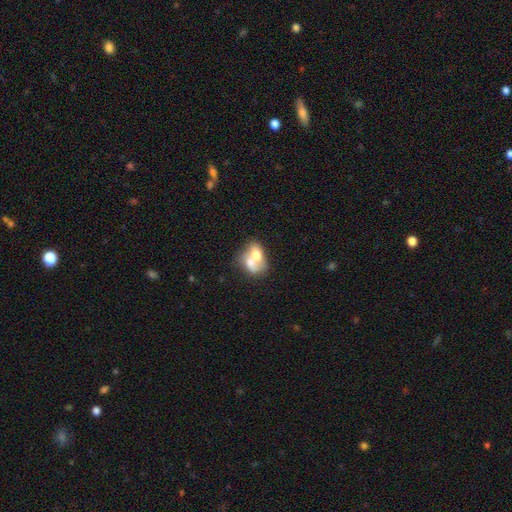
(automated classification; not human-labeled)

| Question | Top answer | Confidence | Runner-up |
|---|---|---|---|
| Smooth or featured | smooth | 60% | featured or disk (32%) |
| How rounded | in between | 67% | round (32%) |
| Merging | merger | 74% | none (14%) |